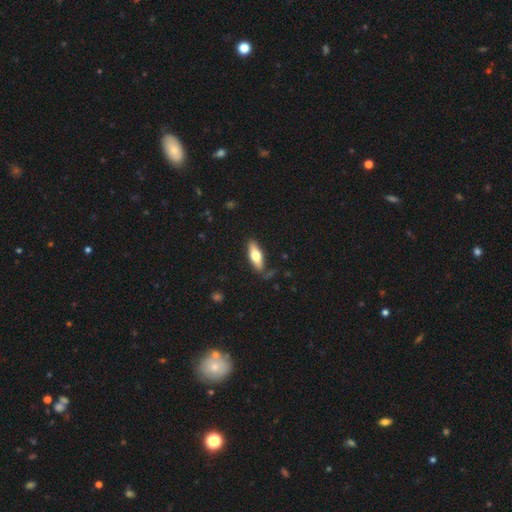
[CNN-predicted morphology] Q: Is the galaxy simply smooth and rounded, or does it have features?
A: smooth — 60%.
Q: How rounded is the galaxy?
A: in between — 56%.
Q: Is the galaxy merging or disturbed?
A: none — 80%.